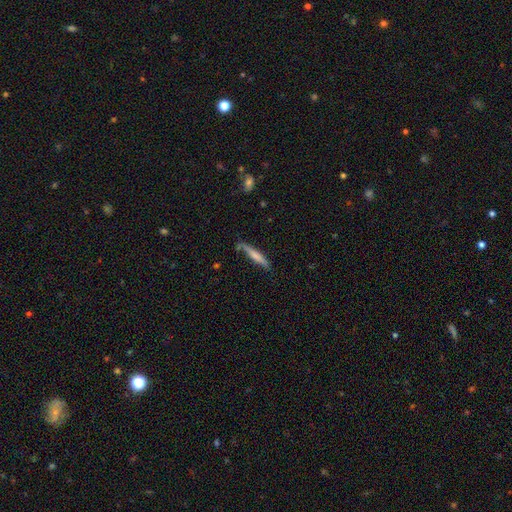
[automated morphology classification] Smooth or featured? smooth (62%)
How rounded? cigar-shaped (91%)
Merging? none (67%)